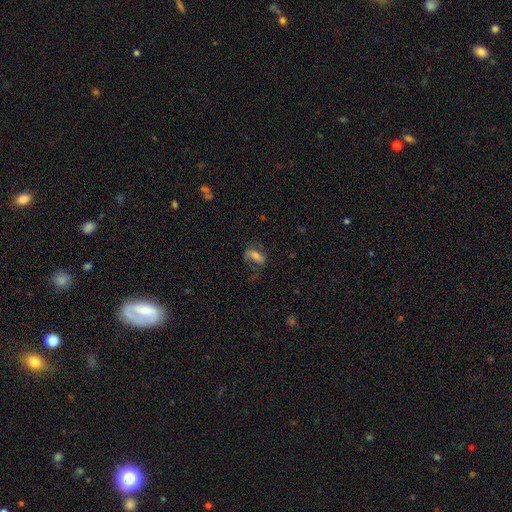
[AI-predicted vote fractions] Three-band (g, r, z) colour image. It shows a smooth galaxy with no disk features (47%). Merging: none (57%).